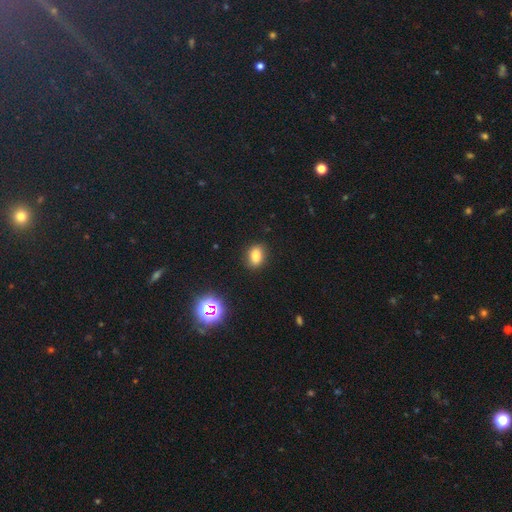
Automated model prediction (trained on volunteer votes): Overall: smooth (80%). How rounded: in between (75%). Merging: none (85%).